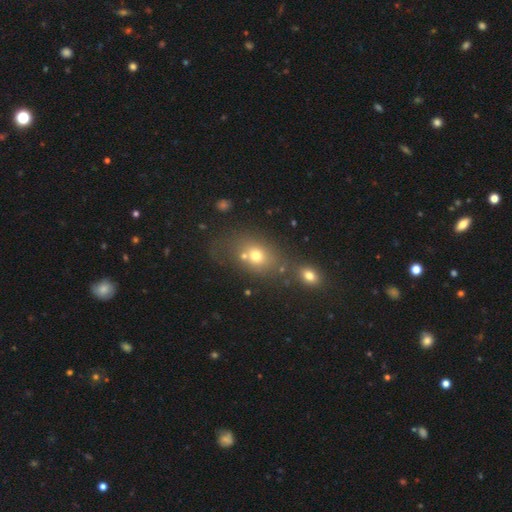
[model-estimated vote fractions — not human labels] Q: Smooth or featured?
A: smooth (66%); runner-up: featured or disk (17%)
Q: How rounded?
A: in between (59%); runner-up: round (39%)
Q: Merging?
A: none (48%); runner-up: merger (31%)